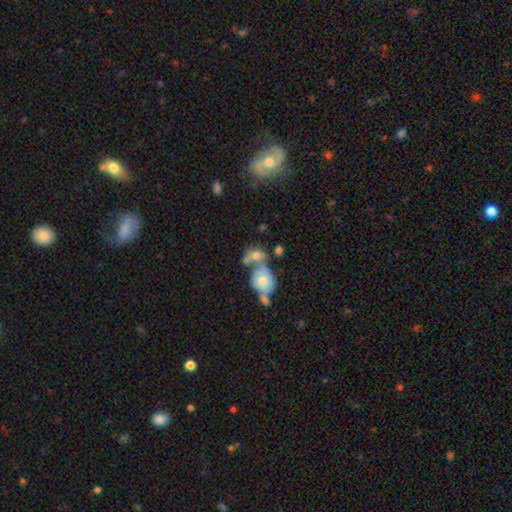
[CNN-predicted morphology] Q: Smooth or featured?
A: smooth (65%); runner-up: featured or disk (24%)
Q: How rounded?
A: in between (55%); runner-up: round (42%)
Q: Merging?
A: merger (55%); runner-up: none (27%)